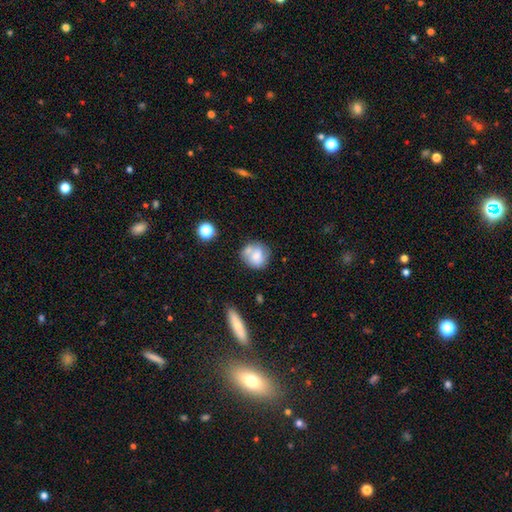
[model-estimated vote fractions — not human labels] Q: Smooth or featured?
A: smooth (64%); runner-up: featured or disk (28%)
Q: How rounded?
A: round (77%); runner-up: in between (22%)
Q: Merging?
A: none (47%); runner-up: merger (26%)